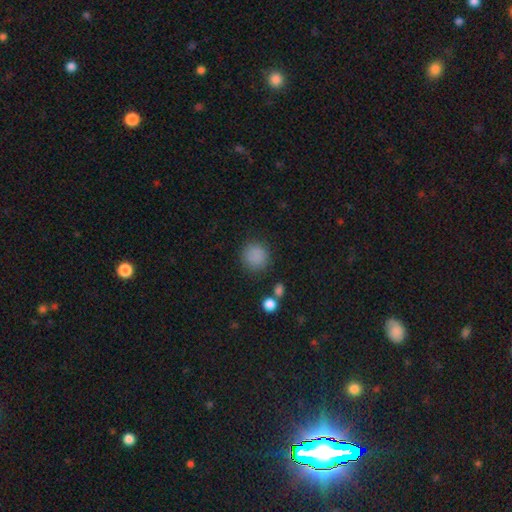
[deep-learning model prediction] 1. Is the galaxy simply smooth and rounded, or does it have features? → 85% smooth, 10% star or artifact, 4% featured or disk.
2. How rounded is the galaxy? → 91% round, 8% in between, 1% cigar-shaped.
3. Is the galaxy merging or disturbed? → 84% none, 10% minor disturbance, 4% major disturbance, 3% merger.